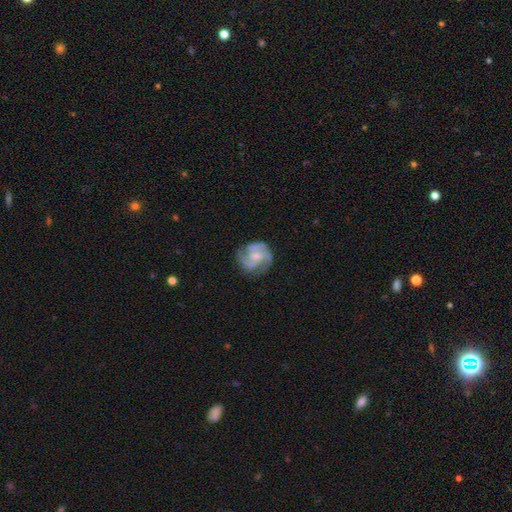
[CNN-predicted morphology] This appears to be a featured or disk galaxy (84%) with no bar (57%), 3 (59%) medium (48%) spiral arms (96%) and a small central bulge (55%). Merging: none (73%).